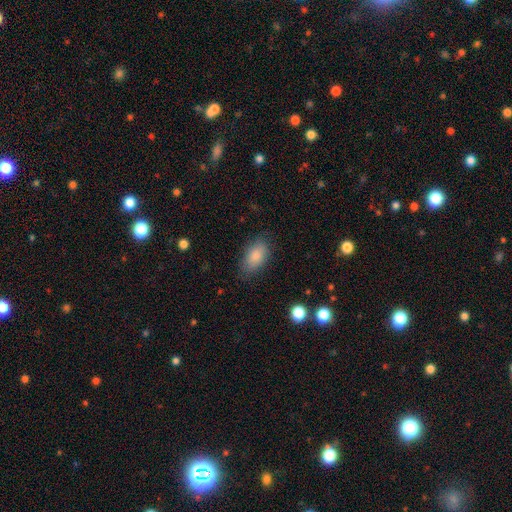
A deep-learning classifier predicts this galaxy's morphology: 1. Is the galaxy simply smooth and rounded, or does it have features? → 85% smooth, 8% featured or disk, 7% star or artifact.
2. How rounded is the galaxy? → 91% in between, 5% round, 3% cigar-shaped.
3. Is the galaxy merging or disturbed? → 80% none, 15% minor disturbance, 4% major disturbance, 1% merger.